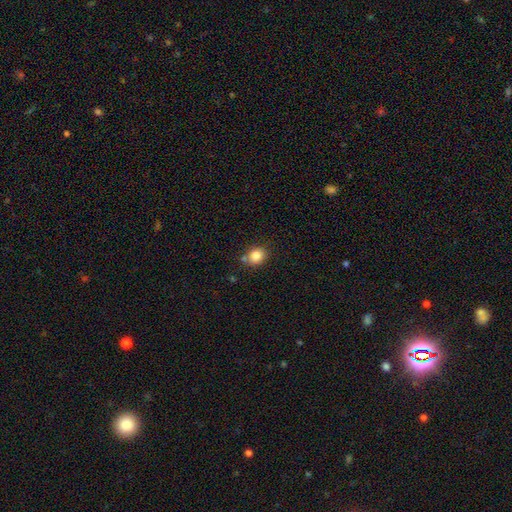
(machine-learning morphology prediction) Smooth or featured? smooth (83%)
How rounded? round (66%)
Merging? none (73%)